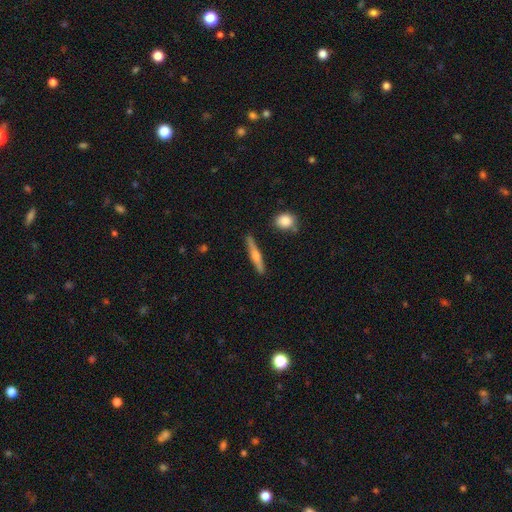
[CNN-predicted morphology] smooth_or_featured: featured or disk (p=0.53) [alt: smooth p=0.40]
disk_edge_on: yes (p=0.96) [alt: no p=0.04]
edge_on_bulge: rounded (p=0.85) [alt: none p=0.09]
merging: none (p=0.87) [alt: minor disturbance p=0.08]